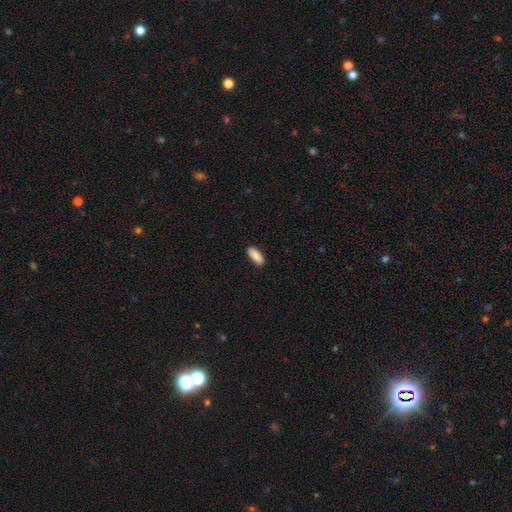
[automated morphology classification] The model was most divided on "how rounded": in between: 79%, cigar-shaped: 19%, round: 2%. More confident: merging — none (89%); smooth or featured — smooth (89%).